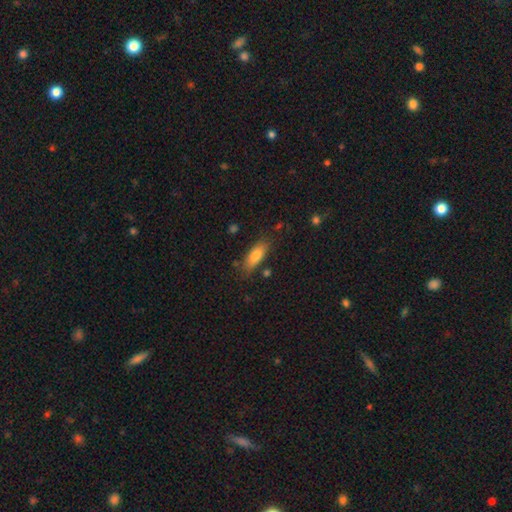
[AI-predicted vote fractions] smooth_or_featured: smooth (p=0.79) [alt: featured or disk p=0.14]
how_rounded: in between (p=0.68) [alt: cigar-shaped p=0.30]
merging: none (p=0.78) [alt: minor disturbance p=0.15]